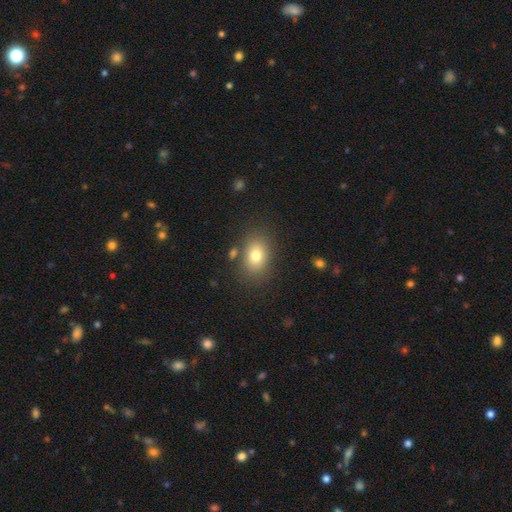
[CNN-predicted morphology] type=smooth (78%); roundness=in between (67%); merging=none (80%).